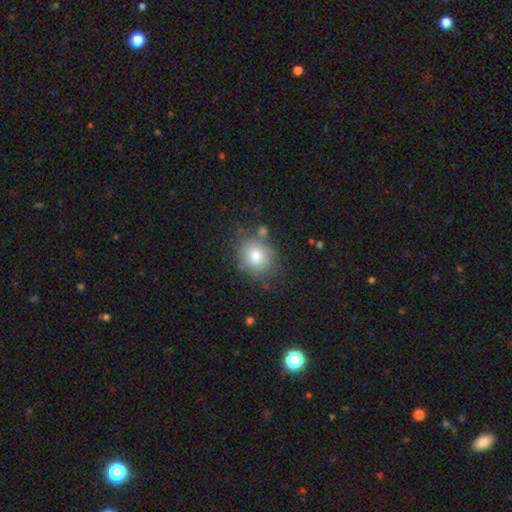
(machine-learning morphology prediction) smooth_or_featured: smooth (p=0.79) [alt: featured or disk p=0.11]
how_rounded: round (p=0.70) [alt: in between p=0.29]
merging: none (p=0.75) [alt: minor disturbance p=0.14]